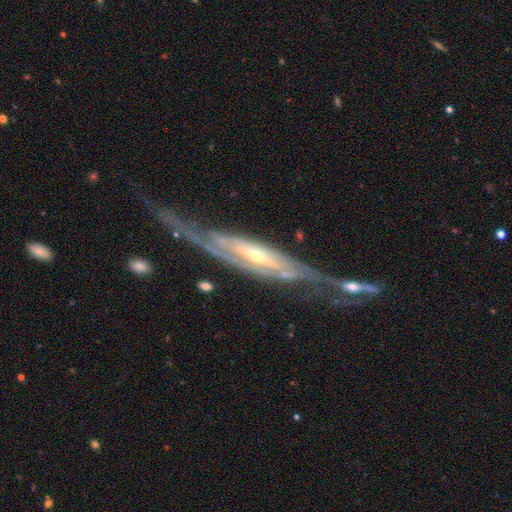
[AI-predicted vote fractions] Smooth or featured? Predicted: featured or disk (p=0.89). Edge-on disk? Predicted: no (p=0.59). Bar? Predicted: strong (p=0.39). Spiral arms? Predicted: yes (p=0.93). Bulge size? Predicted: small (p=0.55). Merging? Predicted: none (p=0.49).